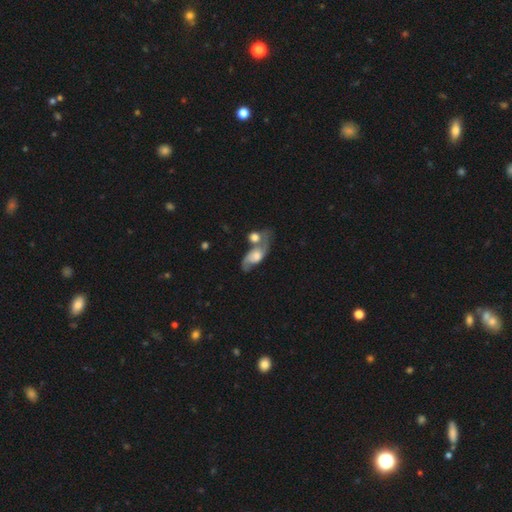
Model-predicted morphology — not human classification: Smooth or featured? Predicted: featured or disk (p=0.70). Edge-on disk? Predicted: no (p=0.92). Bar? Predicted: no (p=0.68). Spiral arms? Predicted: yes (p=0.89). Spiral winding? Predicted: loose (p=0.43). Spiral arm count? Predicted: 2 (p=0.86). Bulge size? Predicted: moderate (p=0.46). Merging? Predicted: merger (p=0.45).